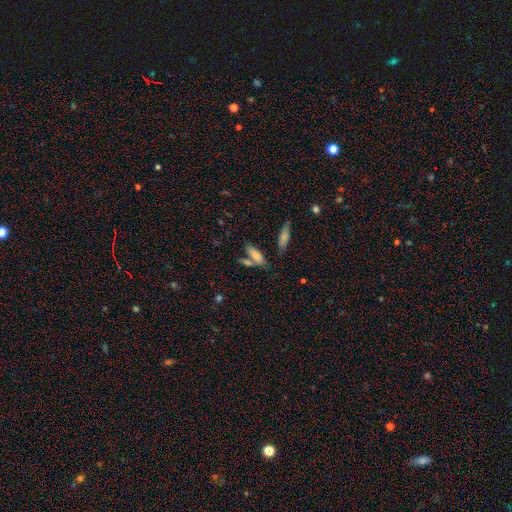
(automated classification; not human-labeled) smooth-or-featured: smooth: 78% | featured or disk: 12% | star or artifact: 10%
  how-rounded: in between: 60% | cigar-shaped: 36% | round: 3%
  merging: none: 49% | merger: 33% | minor disturbance: 13% | major disturbance: 5%